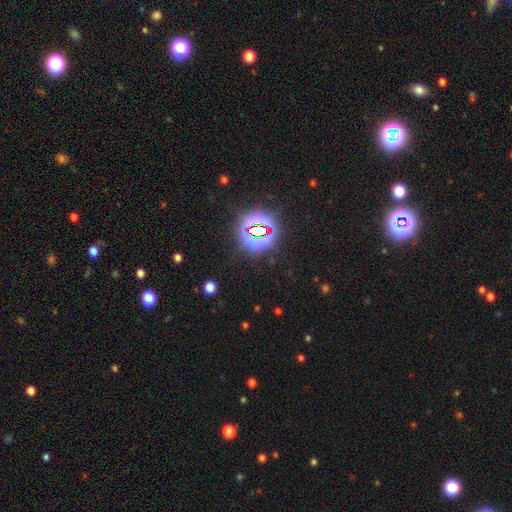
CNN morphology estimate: smooth_or_featured: star or artifact (p=0.84) [alt: smooth p=0.10]